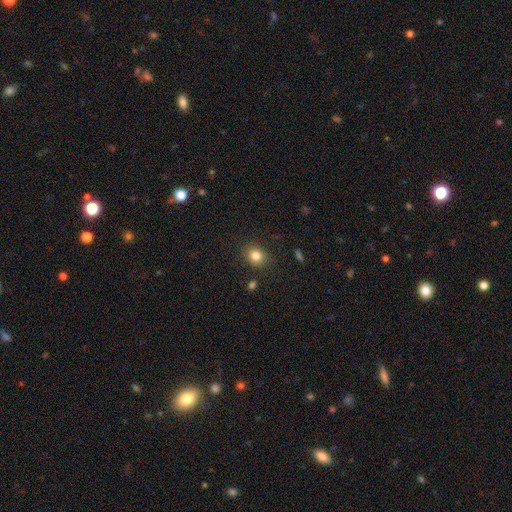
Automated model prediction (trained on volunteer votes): This appears to be a smooth galaxy with no disk features (82%) that is round (71%). Merging: none (88%).